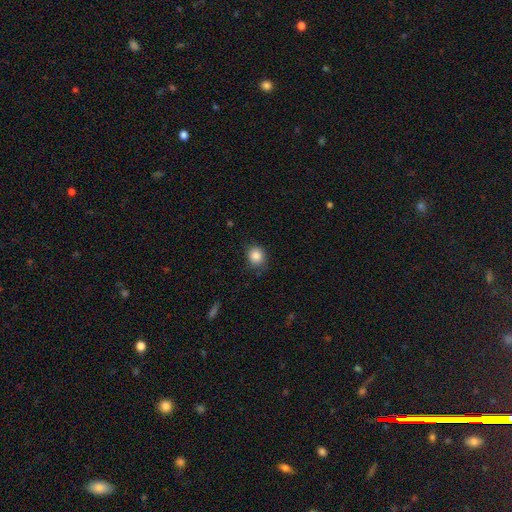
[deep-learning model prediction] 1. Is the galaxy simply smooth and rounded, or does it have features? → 86% smooth, 9% star or artifact, 4% featured or disk.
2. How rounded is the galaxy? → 72% round, 27% in between, 1% cigar-shaped.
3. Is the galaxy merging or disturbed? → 78% none, 18% minor disturbance, 4% major disturbance, 1% merger.